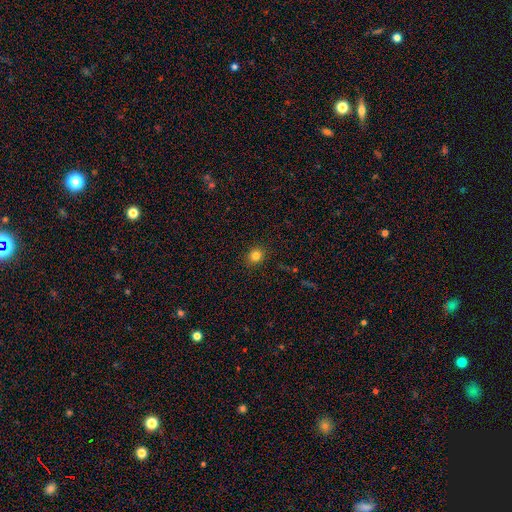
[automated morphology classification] Q: Smooth or featured?
A: smooth (81%); runner-up: star or artifact (13%)
Q: How rounded?
A: round (81%); runner-up: in between (18%)
Q: Merging?
A: none (91%); runner-up: minor disturbance (7%)